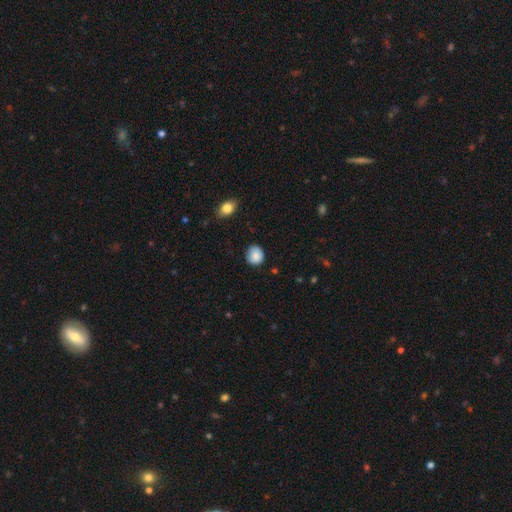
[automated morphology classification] smooth 87%, star or artifact 8%, featured or disk 5%. Down the decision tree: how rounded — round (79%); merging — none (78%).